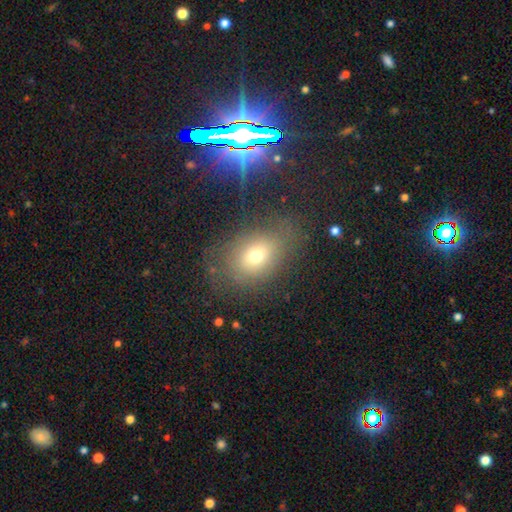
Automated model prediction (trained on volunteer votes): Overall: smooth (61%). How rounded: in between (71%). Merging: none (70%).